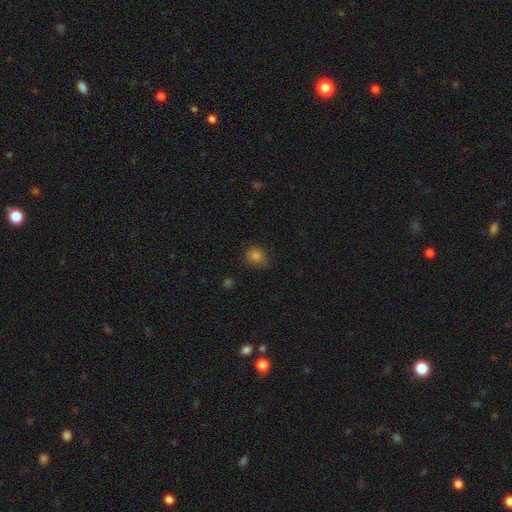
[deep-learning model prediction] This is likely a smooth galaxy (79%). How rounded: possibly round (59%). Merging: likely none (70%).